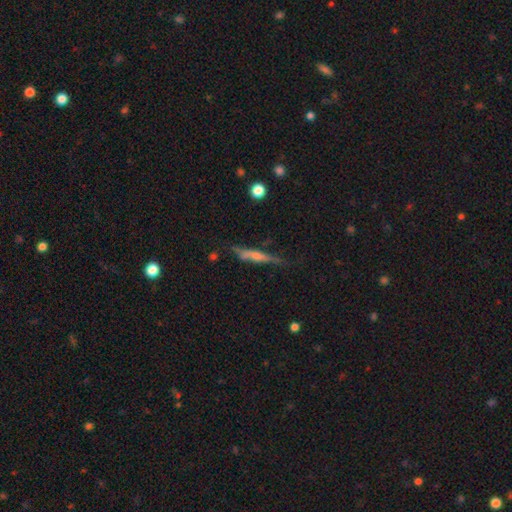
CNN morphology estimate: A featured or disk galaxy (62%) viewed edge-on (93%) with a rounded central bulge (71%).

Vote fractions:
- Smooth or featured? featured or disk: 62% / smooth: 25% / star or artifact: 12%
- Edge-on disk? yes: 93% / no: 7%
- Edge-on bulge? rounded: 71% / none: 19% / boxy: 9%
- Merging? none: 77% / minor disturbance: 16% / major disturbance: 4% / merger: 3%